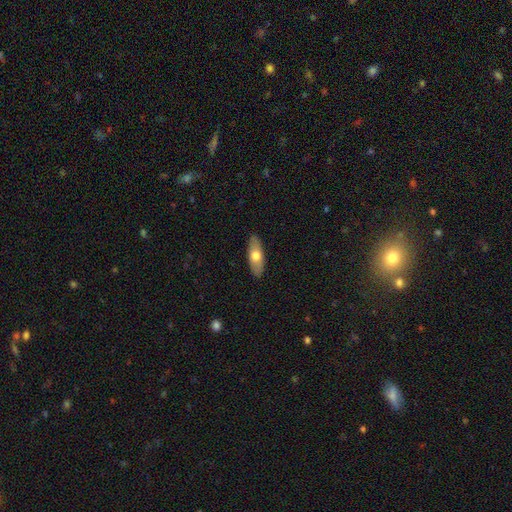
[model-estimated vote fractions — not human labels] The model was most divided on "smooth or featured": smooth: 64%, featured or disk: 31%, star or artifact: 5%. More confident: merging — none (89%); how rounded — in between (70%).